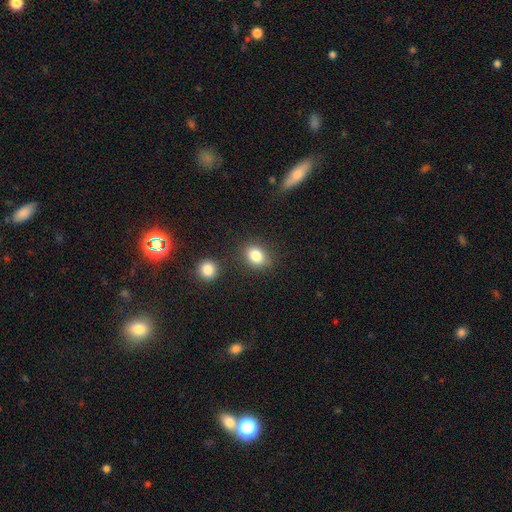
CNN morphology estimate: Overall: smooth (83%). How rounded: in between (57%; round 42%). Merging: none (79%).